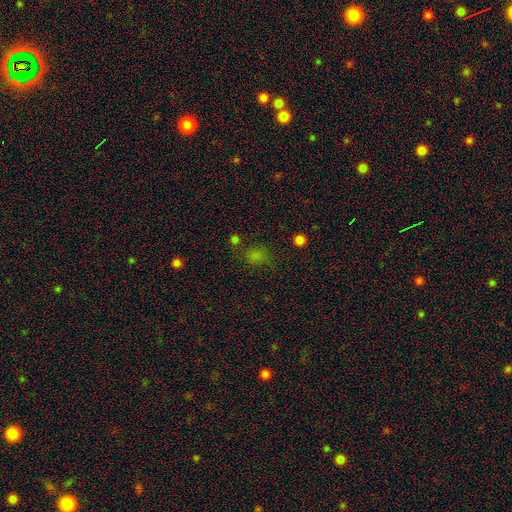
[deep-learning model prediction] smooth-or-featured: smooth: 56% | star or artifact: 37% | featured or disk: 7%
  how-rounded: round: 63% | in between: 35% | cigar-shaped: 2%
  merging: none: 72% | minor disturbance: 15% | major disturbance: 7% | merger: 6%